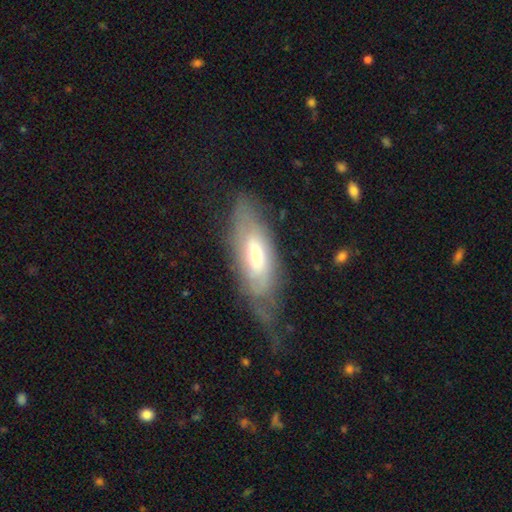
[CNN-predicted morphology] This is possibly a featured or disk galaxy (54%). It is likely not viewed edge-on (75%). Merging: possibly none (47%).